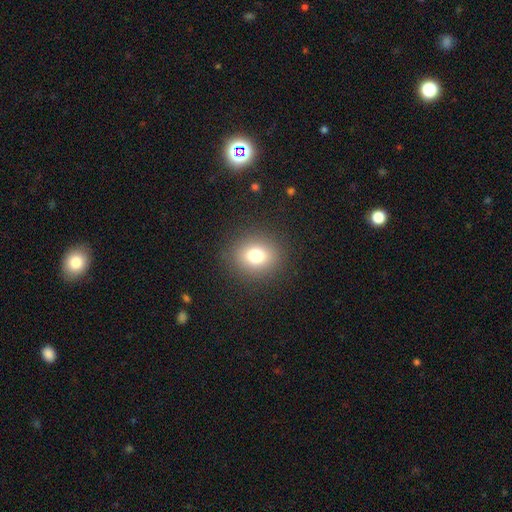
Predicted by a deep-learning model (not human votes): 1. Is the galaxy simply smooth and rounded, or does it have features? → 75% smooth, 15% star or artifact, 10% featured or disk.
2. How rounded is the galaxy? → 77% round, 22% in between, 1% cigar-shaped.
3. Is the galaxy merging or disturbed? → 89% none, 7% minor disturbance, 3% major disturbance, 1% merger.